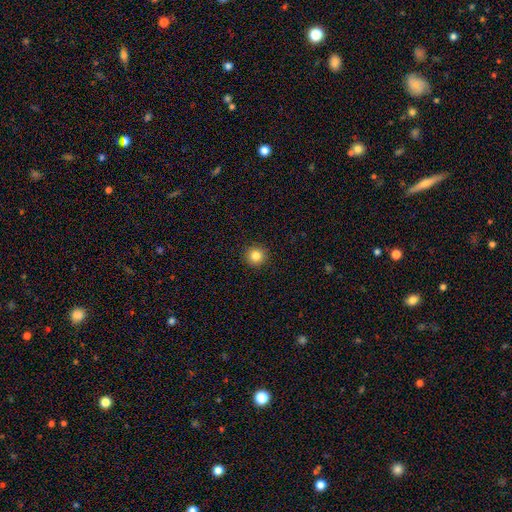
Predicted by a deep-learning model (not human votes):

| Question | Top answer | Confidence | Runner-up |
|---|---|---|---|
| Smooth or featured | smooth | 83% | star or artifact (11%) |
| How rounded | round | 95% | in between (4%) |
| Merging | none | 93% | minor disturbance (5%) |